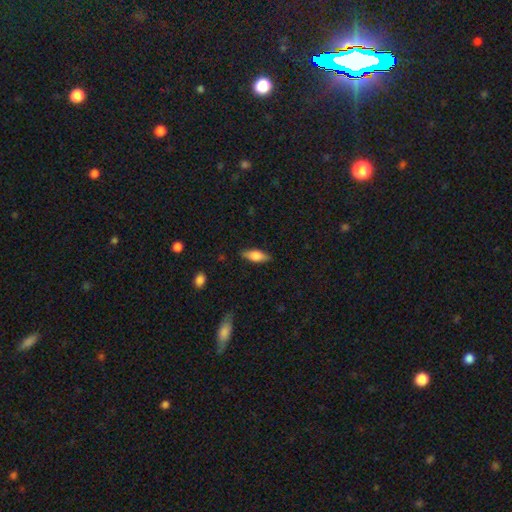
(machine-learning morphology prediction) Q: Smooth or featured?
A: smooth (66%); runner-up: featured or disk (27%)
Q: How rounded?
A: in between (70%); runner-up: cigar-shaped (27%)
Q: Merging?
A: none (85%); runner-up: minor disturbance (12%)